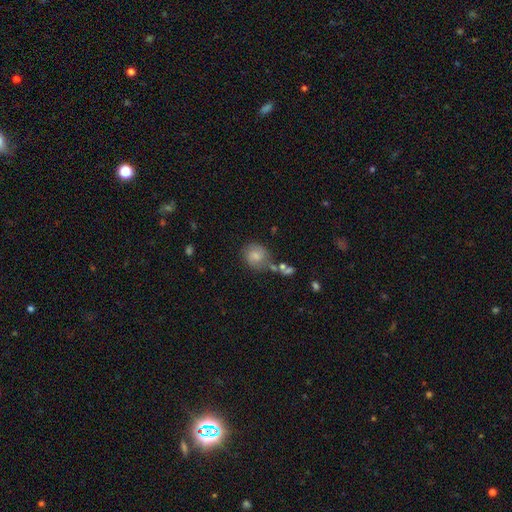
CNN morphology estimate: This is likely a smooth galaxy (70%). How rounded: likely round (78%). Merging: possibly none (58%).